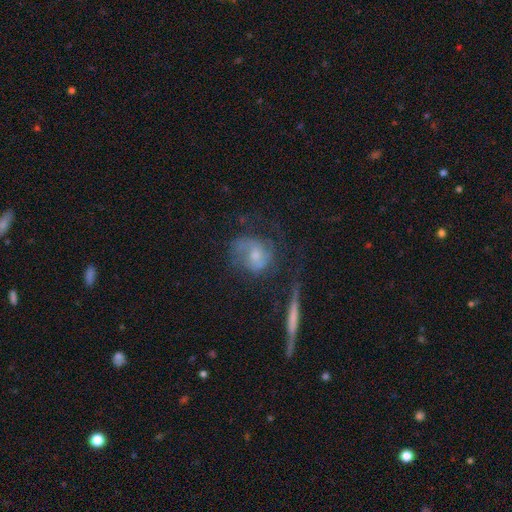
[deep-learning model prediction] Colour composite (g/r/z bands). It shows a featured or disk galaxy (63%) with no bar (63%), spiral arms (80%) and a moderate central bulge (50%). Merging: none (48%).